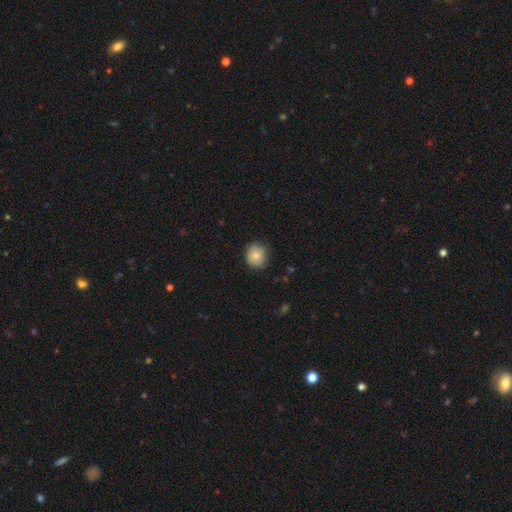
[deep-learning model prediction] Smooth or featured: smooth — 81% (featured or disk — 11%)
How rounded: round — 85% (in between — 14%)
Merging: none — 81% (minor disturbance — 15%)